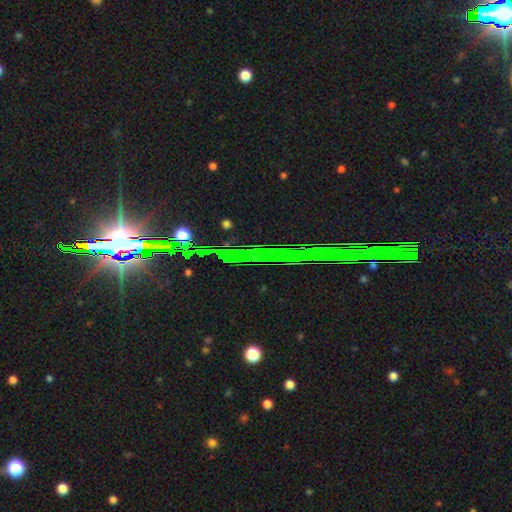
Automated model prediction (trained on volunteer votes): smooth_or_featured: star or artifact (p=0.85) [alt: featured or disk p=0.09]